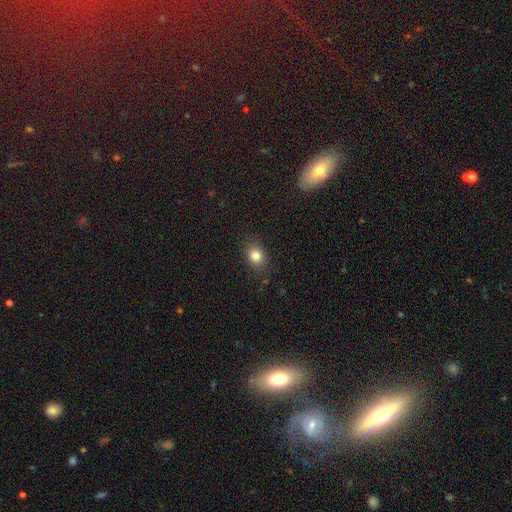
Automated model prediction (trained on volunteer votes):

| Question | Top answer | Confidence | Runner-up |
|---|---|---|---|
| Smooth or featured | smooth | 82% | star or artifact (11%) |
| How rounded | in between | 50% | round (49%) |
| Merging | none | 86% | minor disturbance (10%) |